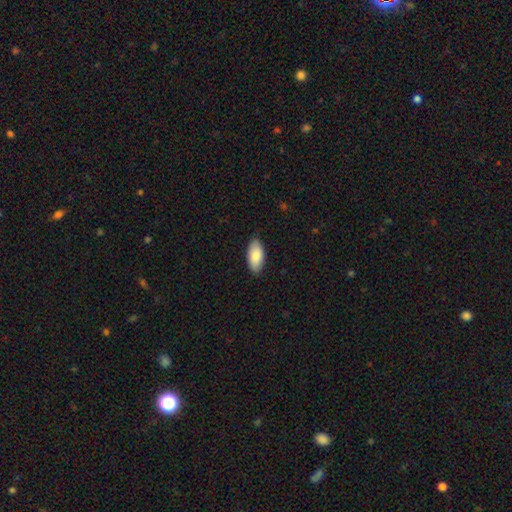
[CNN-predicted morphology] A smooth galaxy with no disk features (86%) that is in between round and cigar-shaped (93%). Merging: none (86%).